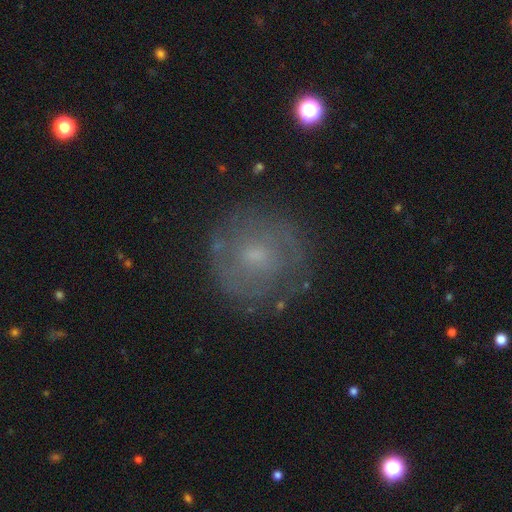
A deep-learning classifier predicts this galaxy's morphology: This is possibly a featured or disk galaxy (59%). It is clearly not viewed edge-on (97%). Bar: likely no (66%). Spiral arm pattern: likely yes (64%). Central bulge: possibly small (54%). Merging: likely none (79%).